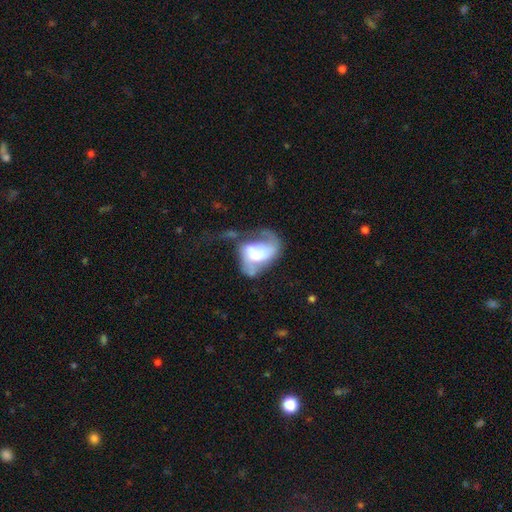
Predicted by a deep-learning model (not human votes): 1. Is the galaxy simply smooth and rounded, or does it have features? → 60% featured or disk, 33% smooth, 8% star or artifact.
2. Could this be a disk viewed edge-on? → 97% no, 3% yes.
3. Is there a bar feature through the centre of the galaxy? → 67% no, 25% weak, 8% strong.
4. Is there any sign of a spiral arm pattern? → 58% yes, 42% no.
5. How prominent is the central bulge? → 44% moderate, 23% large, 22% small, 6% none, 4% dominant.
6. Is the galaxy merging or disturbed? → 49% major disturbance, 18% merger, 18% none, 15% minor disturbance.